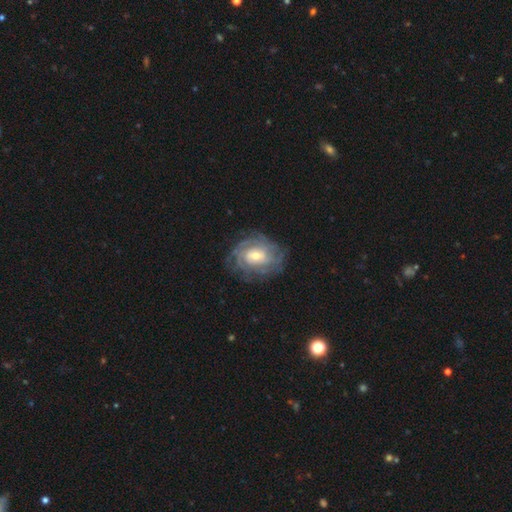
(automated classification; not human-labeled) smooth_or_featured: featured or disk (p=0.79) [alt: smooth p=0.14]
disk_edge_on: no (p=0.96) [alt: yes p=0.04]
bar: no (p=0.60) [alt: weak p=0.32]
has_spiral_arms: yes (p=0.89) [alt: no p=0.11]
spiral_winding: tight (p=0.70) [alt: medium p=0.23]
spiral_arm_count: can't tell (p=0.51) [alt: 4 p=0.13]
bulge_size: moderate (p=0.55) [alt: small p=0.37]
merging: none (p=0.75) [alt: minor disturbance p=0.16]